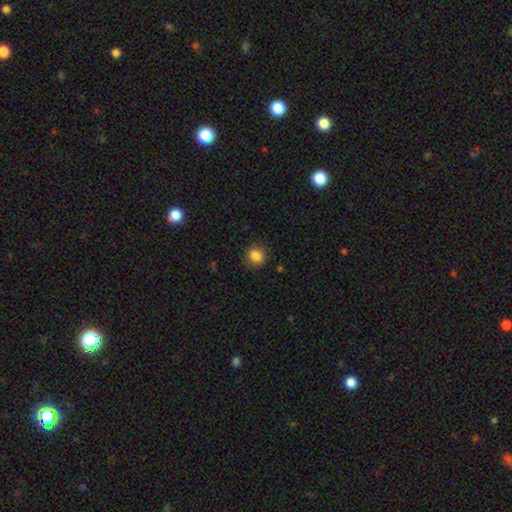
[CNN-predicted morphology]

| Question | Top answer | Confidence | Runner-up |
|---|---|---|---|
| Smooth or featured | smooth | 85% | star or artifact (10%) |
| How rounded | round | 80% | in between (19%) |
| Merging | none | 86% | minor disturbance (10%) |